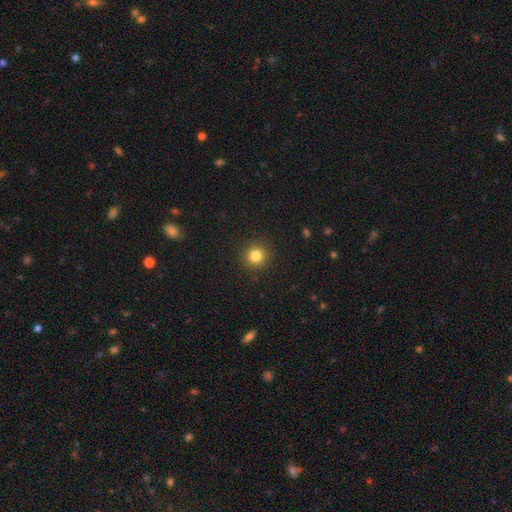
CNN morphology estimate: smooth-or-featured: smooth: 82% | star or artifact: 12% | featured or disk: 6%
  how-rounded: round: 93% | in between: 6% | cigar-shaped: 1%
  merging: none: 92% | minor disturbance: 5% | major disturbance: 2% | merger: 1%